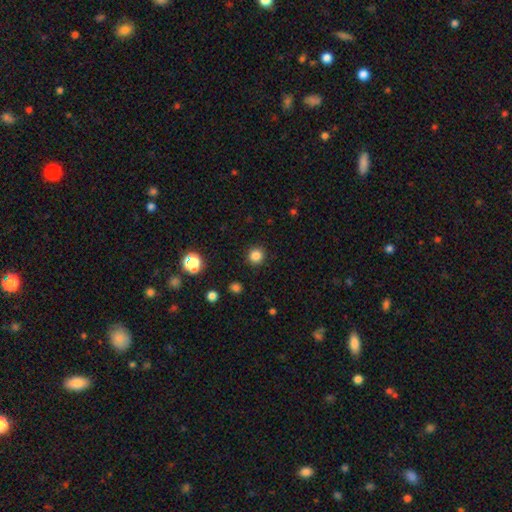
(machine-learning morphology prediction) smooth 83%, star or artifact 13%, featured or disk 4%. Down the decision tree: how rounded — round (92%); merging — none (91%).